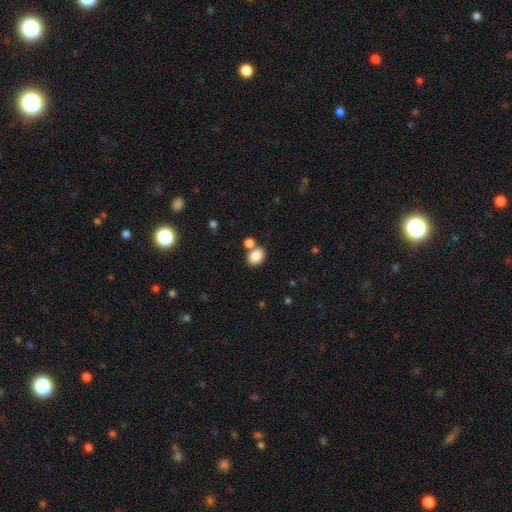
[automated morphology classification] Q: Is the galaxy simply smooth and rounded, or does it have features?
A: smooth — 86%.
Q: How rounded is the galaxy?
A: in between — 70%.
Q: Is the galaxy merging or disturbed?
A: none — 59%.